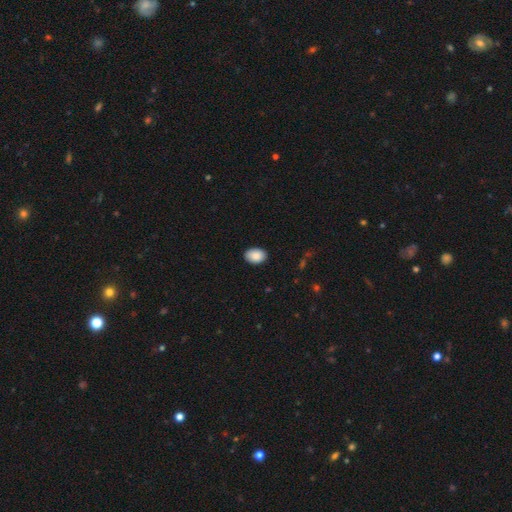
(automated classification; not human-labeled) Smooth or featured? smooth (90%)
How rounded? in between (82%)
Merging? none (89%)